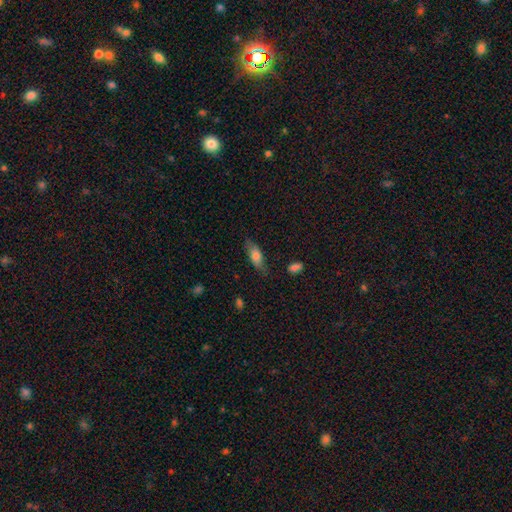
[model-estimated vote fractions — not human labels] Smooth or featured? smooth (71%)
How rounded? in between (68%)
Merging? none (73%)